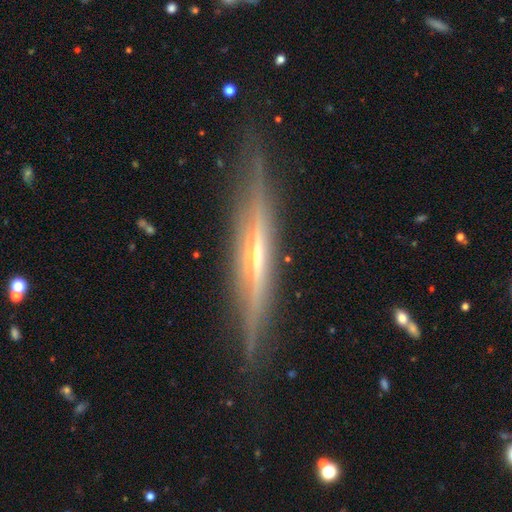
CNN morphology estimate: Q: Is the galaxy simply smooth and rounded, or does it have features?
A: featured or disk — 84%.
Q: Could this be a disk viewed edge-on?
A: yes — 96%.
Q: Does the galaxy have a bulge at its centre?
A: rounded — 69%.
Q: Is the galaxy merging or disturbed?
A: none — 84%.